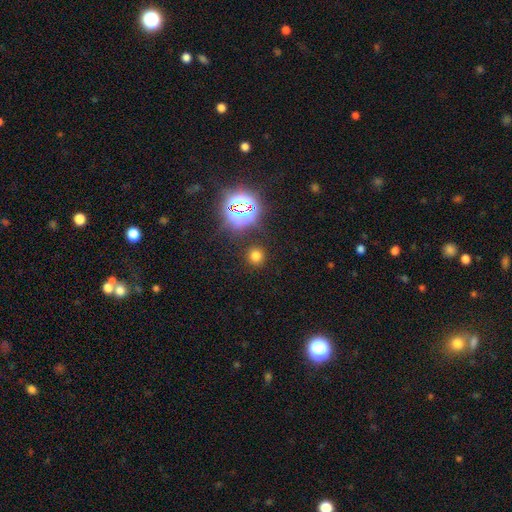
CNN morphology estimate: smooth 68%, star or artifact 26%, featured or disk 6%. Down the decision tree: how rounded — round (91%); merging — none (88%).